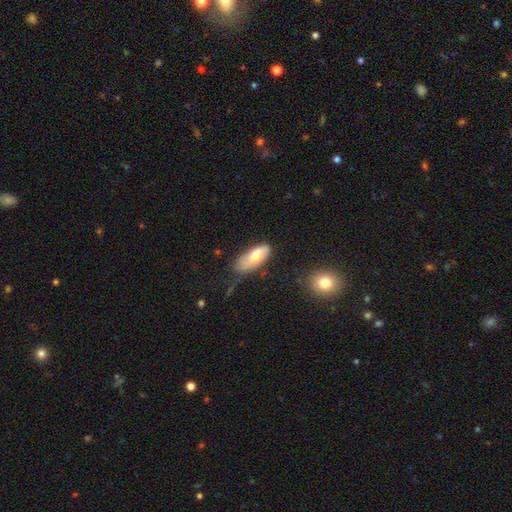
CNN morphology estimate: The model was most divided on "merging": none: 48%, minor disturbance: 36%, major disturbance: 13%, merger: 4%. More confident: how rounded — in between (82%); smooth or featured — smooth (69%).